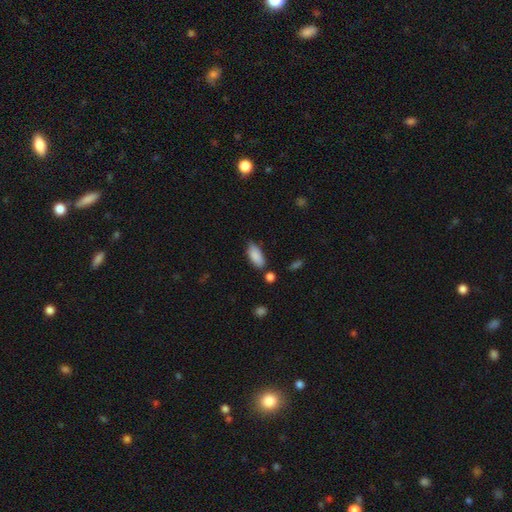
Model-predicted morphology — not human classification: Smooth or featured?
  - smooth: 88% *
  - star or artifact: 7%
  - featured or disk: 6%
How rounded?
  - in between: 86% *
  - cigar-shaped: 12%
  - round: 2%
Merging?
  - none: 67% *
  - minor disturbance: 23%
  - merger: 6%
  - major disturbance: 4%